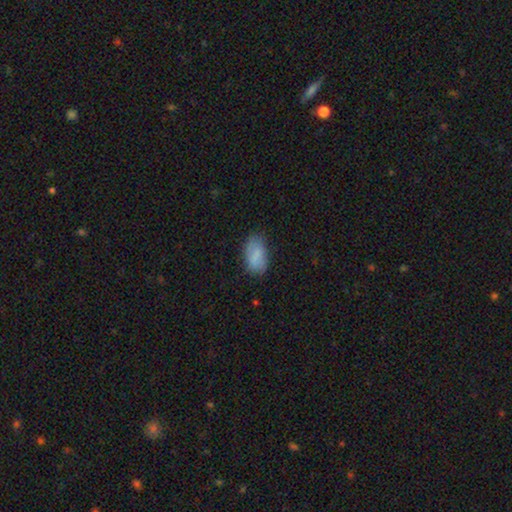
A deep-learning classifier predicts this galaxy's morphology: This appears to be a smooth galaxy with no disk features (81%) that is in between round and cigar-shaped (93%). Merging: none (73%).